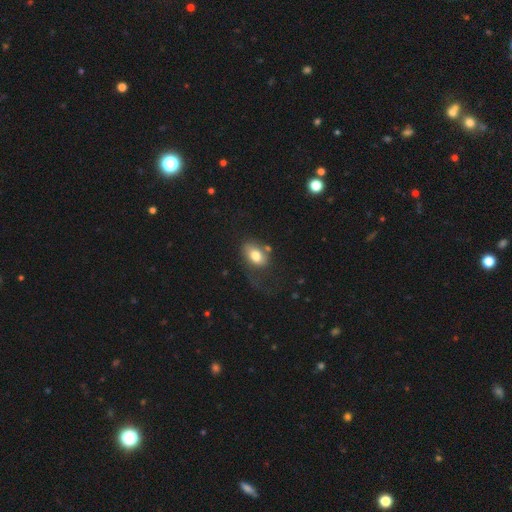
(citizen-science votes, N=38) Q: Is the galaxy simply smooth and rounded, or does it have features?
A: smooth — 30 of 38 (79%).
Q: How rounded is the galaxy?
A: in between — 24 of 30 (80%).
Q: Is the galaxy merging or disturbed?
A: none — 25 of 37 (68%).